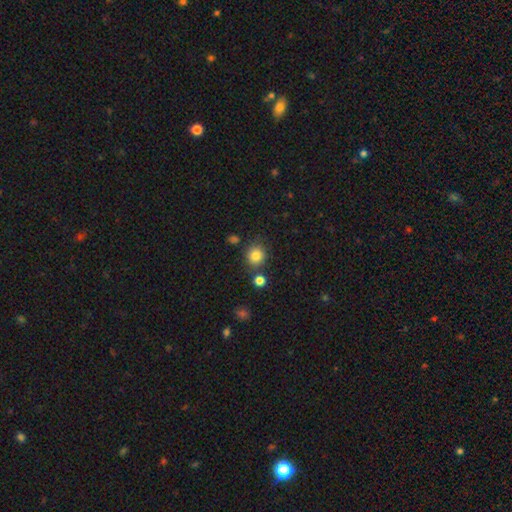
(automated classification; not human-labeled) Smooth or featured: smooth — 83% (star or artifact — 11%)
How rounded: round — 88% (in between — 11%)
Merging: none — 79% (minor disturbance — 9%)